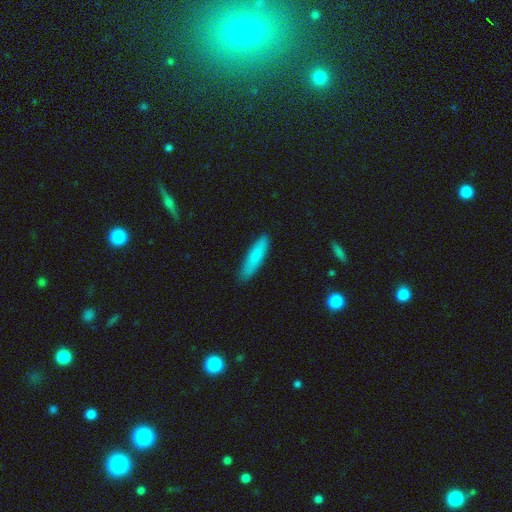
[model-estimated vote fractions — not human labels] Q: Smooth or featured?
A: smooth (83%); runner-up: featured or disk (11%)
Q: How rounded?
A: cigar-shaped (78%); runner-up: in between (20%)
Q: Merging?
A: none (86%); runner-up: minor disturbance (10%)